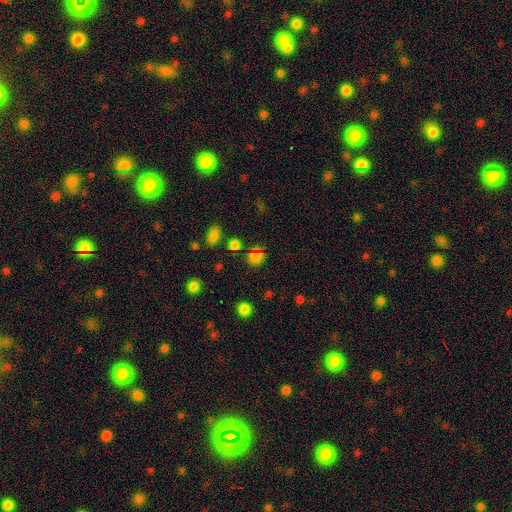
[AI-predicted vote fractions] A smooth galaxy with no disk features (74%) that is round (75%). Merging: none (77%).